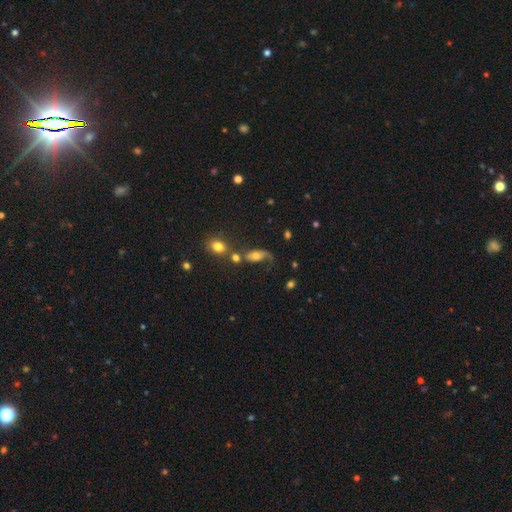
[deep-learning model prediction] This is possibly a smooth galaxy (52%). How rounded: clearly in between (80%). Merging: marginally none (33%).